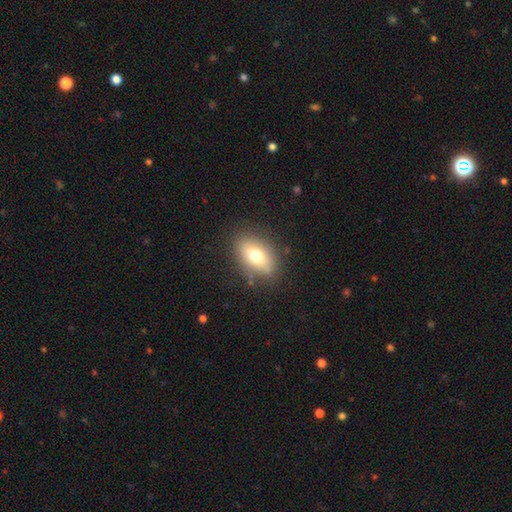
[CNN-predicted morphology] smooth-or-featured: smooth: 68% | featured or disk: 21% | star or artifact: 10%
  how-rounded: in between: 81% | round: 17% | cigar-shaped: 3%
  merging: none: 81% | minor disturbance: 13% | major disturbance: 4% | merger: 2%